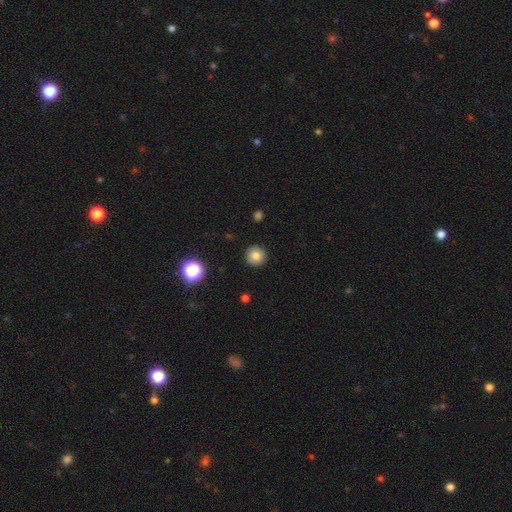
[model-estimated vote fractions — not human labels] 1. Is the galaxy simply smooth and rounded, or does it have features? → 78% smooth, 11% star or artifact, 11% featured or disk.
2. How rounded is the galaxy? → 94% round, 5% in between, 1% cigar-shaped.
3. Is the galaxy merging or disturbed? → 92% none, 5% minor disturbance, 2% major disturbance, 1% merger.